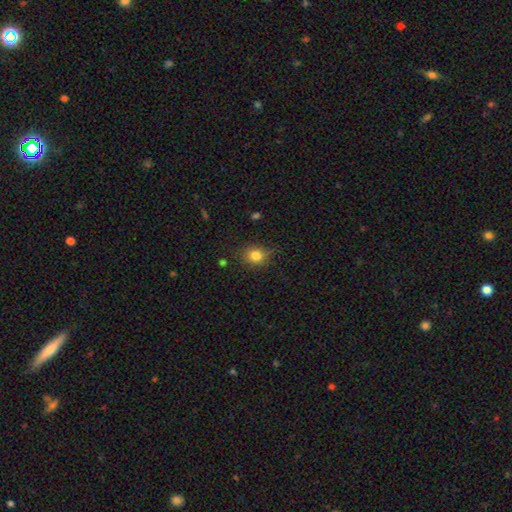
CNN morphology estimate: Overall: smooth (82%). How rounded: round (71%). Merging: none (78%).